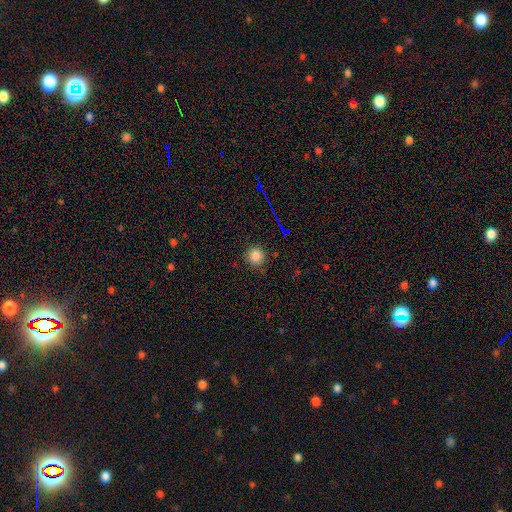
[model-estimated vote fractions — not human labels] The model was most divided on "smooth or featured": smooth: 82%, star or artifact: 13%, featured or disk: 5%. More confident: how rounded — round (93%); merging — none (84%).